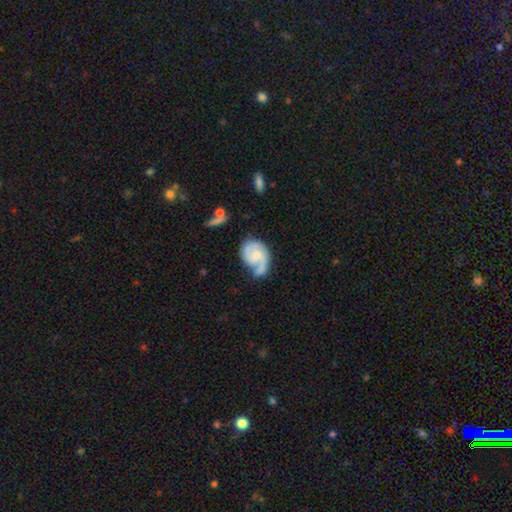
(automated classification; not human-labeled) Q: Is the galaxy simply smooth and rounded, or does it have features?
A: featured or disk — 80%.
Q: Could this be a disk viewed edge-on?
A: no — 98%.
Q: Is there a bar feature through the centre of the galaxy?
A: no — 56%.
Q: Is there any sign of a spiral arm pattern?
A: yes — 95%.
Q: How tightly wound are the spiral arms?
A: medium — 47%.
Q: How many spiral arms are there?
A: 2 — 67%.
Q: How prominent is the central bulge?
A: small — 54%.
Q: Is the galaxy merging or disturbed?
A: none — 50%.